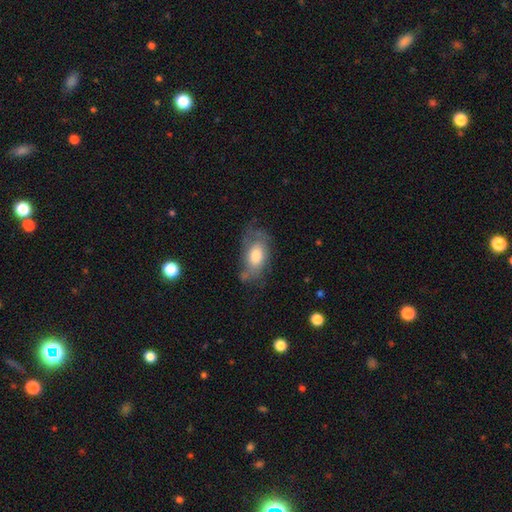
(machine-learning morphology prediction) A smooth galaxy with no disk features (58%) that is in between round and cigar-shaped (89%). Merging: none (50%).